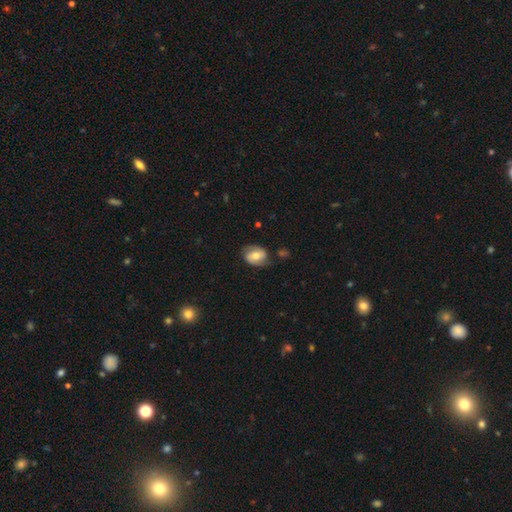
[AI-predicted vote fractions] smooth 48%, featured or disk 44%, star or artifact 7%. Down the decision tree: merging — none (69%).